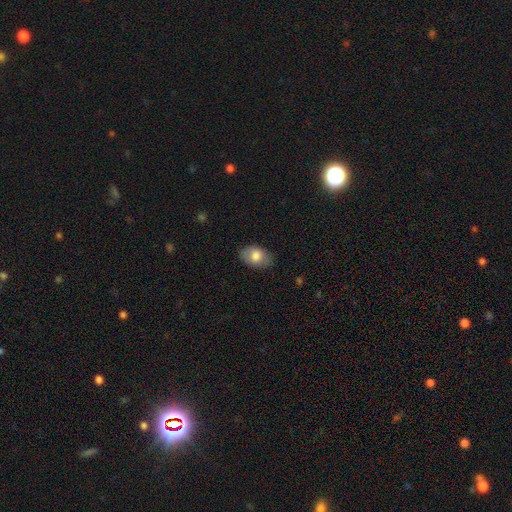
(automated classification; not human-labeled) Smooth or featured? Predicted: smooth (p=0.77). How rounded? Predicted: in between (p=0.87). Merging? Predicted: none (p=0.81).